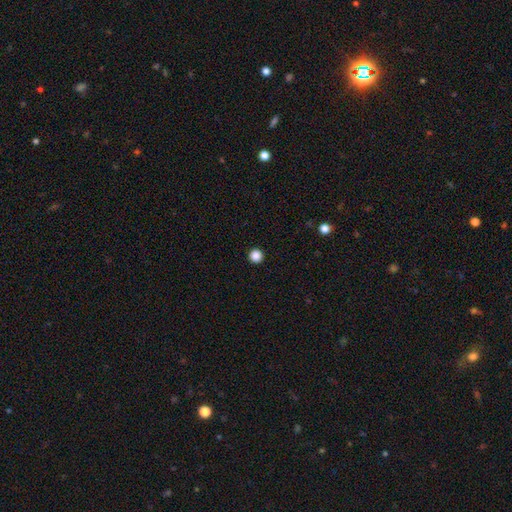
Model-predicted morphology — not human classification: A smooth galaxy with no disk features (87%) that is round (97%). Merging: none (94%).